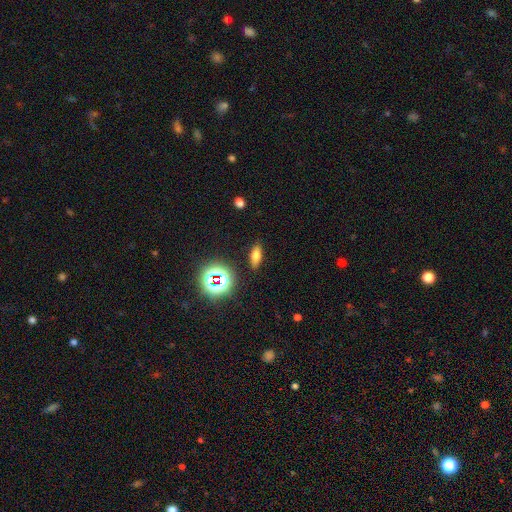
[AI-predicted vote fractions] Smooth or featured? smooth (67%)
How rounded? in between (67%)
Merging? none (87%)